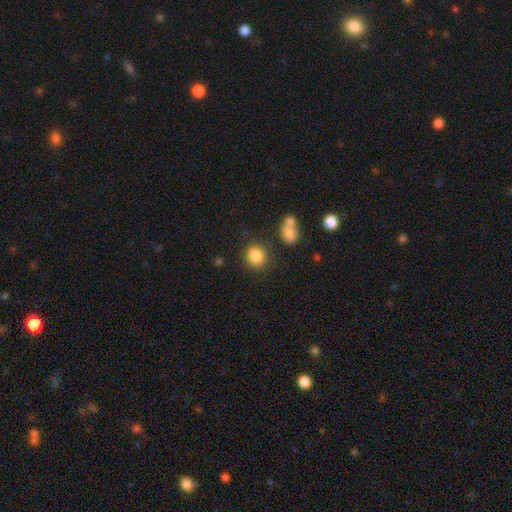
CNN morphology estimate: type=smooth (85%); roundness=round (81%); merging=none (81%).